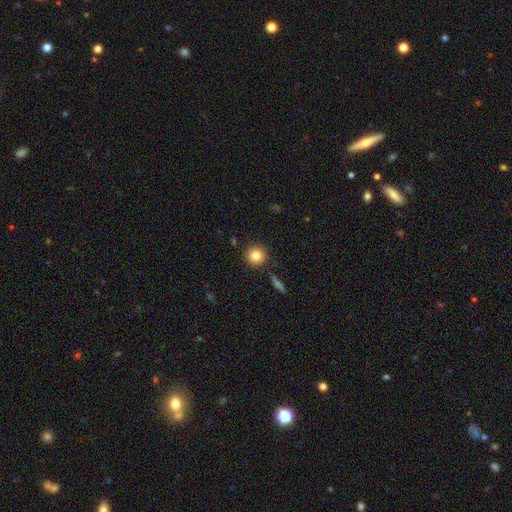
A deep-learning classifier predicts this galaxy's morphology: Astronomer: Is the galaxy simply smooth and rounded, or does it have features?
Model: smooth — 83%.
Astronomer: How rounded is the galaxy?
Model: round — 94%.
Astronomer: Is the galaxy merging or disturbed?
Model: none — 89%.